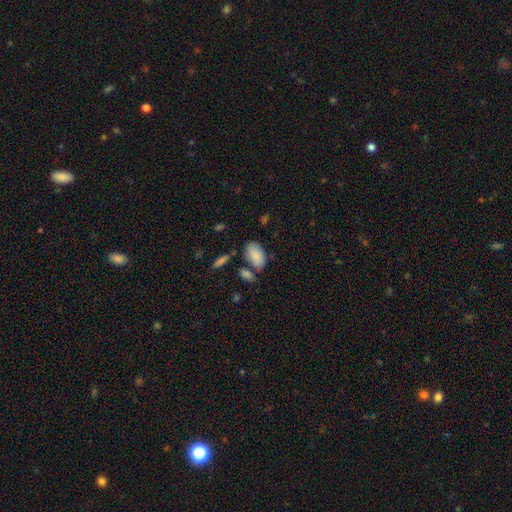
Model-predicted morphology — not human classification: Smooth or featured: smooth — 85% (featured or disk — 9%)
How rounded: in between — 93% (round — 5%)
Merging: none — 59% (minor disturbance — 20%)